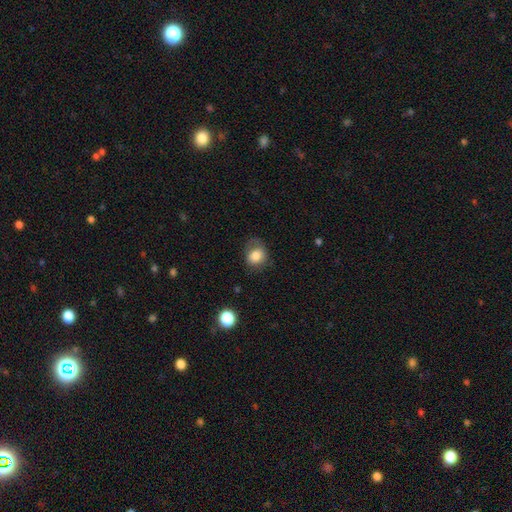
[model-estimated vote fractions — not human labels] smooth_or_featured: smooth (p=0.82) [alt: star or artifact p=0.09]
how_rounded: round (p=0.63) [alt: in between p=0.36]
merging: none (p=0.58) [alt: minor disturbance p=0.27]